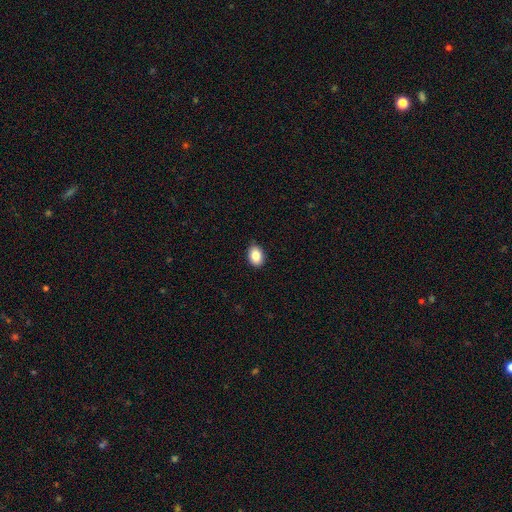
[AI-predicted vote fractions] A smooth galaxy with no disk features (86%) that is in between round and cigar-shaped (81%). Merging: none (87%).